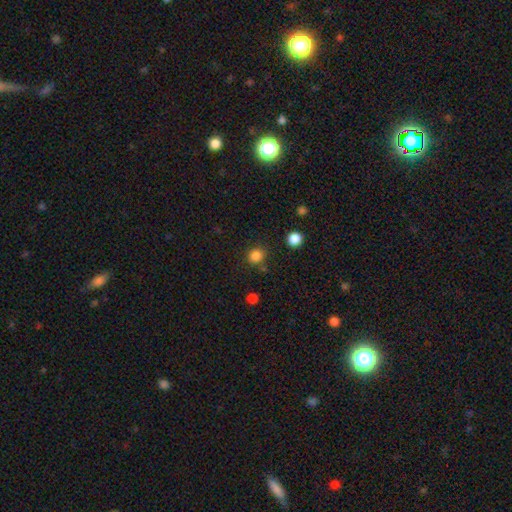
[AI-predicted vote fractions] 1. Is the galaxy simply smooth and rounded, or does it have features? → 83% smooth, 13% star or artifact, 4% featured or disk.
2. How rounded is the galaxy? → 81% round, 18% in between, 1% cigar-shaped.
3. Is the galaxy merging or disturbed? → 81% none, 10% minor disturbance, 5% merger, 4% major disturbance.